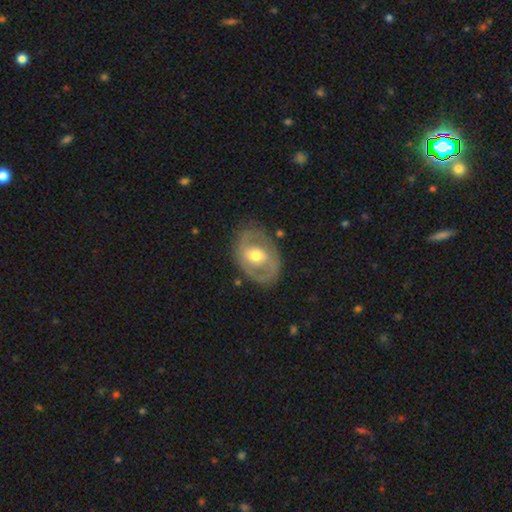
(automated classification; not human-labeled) smooth_or_featured: featured or disk (p=0.65) [alt: smooth p=0.29]
disk_edge_on: no (p=0.94) [alt: yes p=0.06]
bar: no (p=0.48) [alt: weak p=0.35]
has_spiral_arms: yes (p=0.51) [alt: no p=0.49]
bulge_size: moderate (p=0.70) [alt: small p=0.19]
merging: none (p=0.75) [alt: minor disturbance p=0.16]